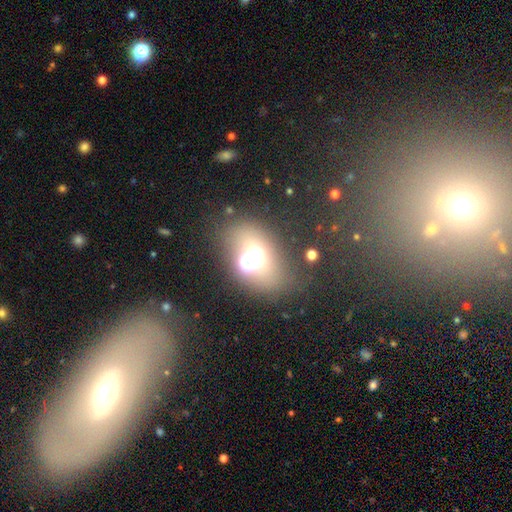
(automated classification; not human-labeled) Smooth or featured? smooth (46%)
Merging? none (39%)